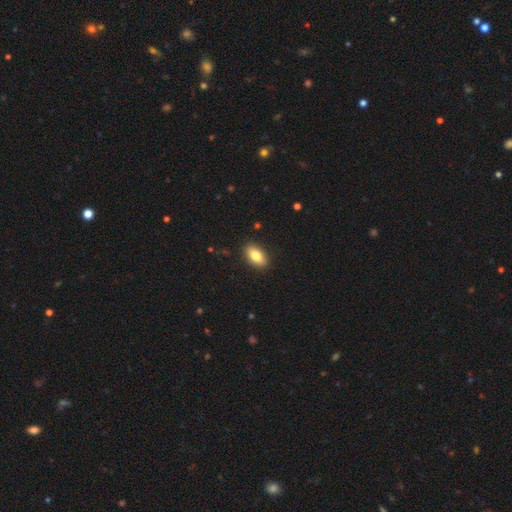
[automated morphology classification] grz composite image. It shows a smooth galaxy with no disk features (82%) that is in between round and cigar-shaped (90%). Merging: none (89%).